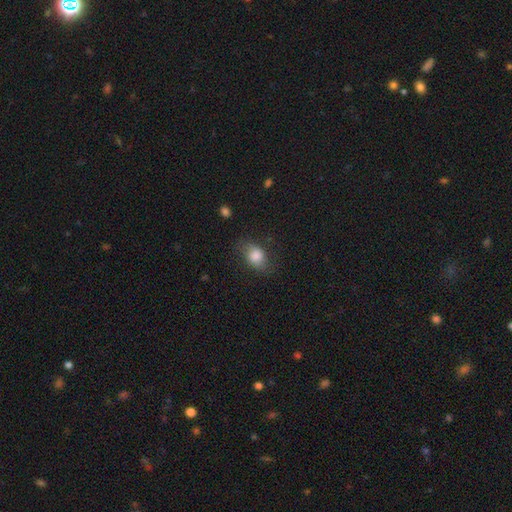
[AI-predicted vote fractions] A smooth galaxy with no disk features (78%) that is in between round and cigar-shaped (78%).

Vote fractions:
- Smooth or featured? smooth: 78% / featured or disk: 14% / star or artifact: 8%
- How rounded? in between: 78% / round: 20% / cigar-shaped: 2%
- Merging? none: 70% / minor disturbance: 21% / major disturbance: 8% / merger: 1%